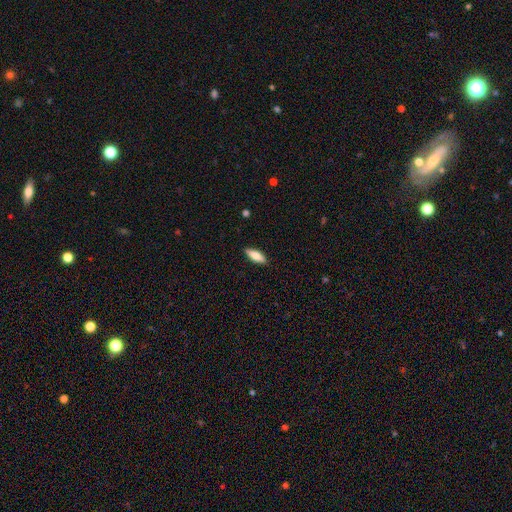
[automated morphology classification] Overall: smooth (74%). How rounded: in between (60%; cigar-shaped 38%). Merging: none (89%).